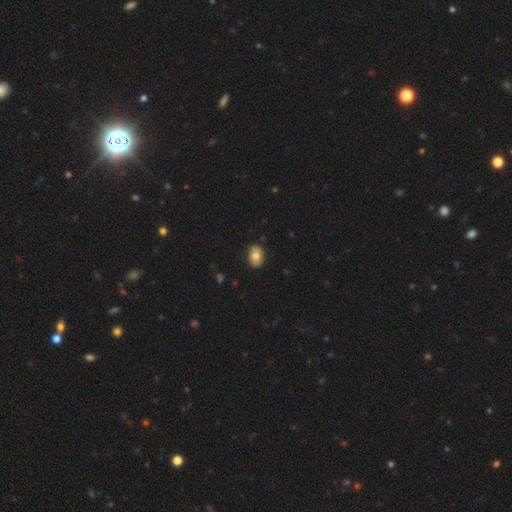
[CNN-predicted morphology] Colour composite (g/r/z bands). It shows a smooth galaxy with no disk features (73%) that is in between round and cigar-shaped (74%). Merging: none (86%).